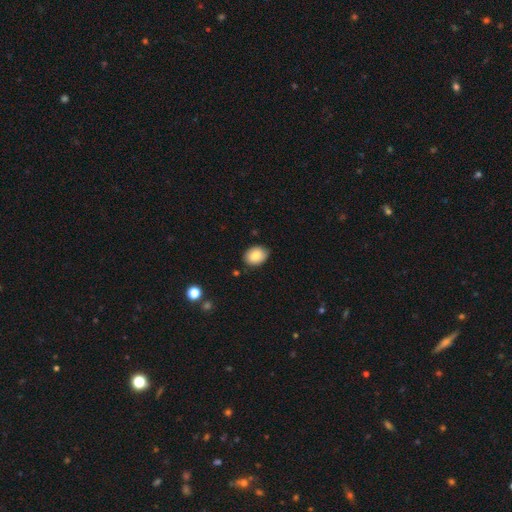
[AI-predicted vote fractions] smooth 84%, featured or disk 8%, star or artifact 8%. Down the decision tree: how rounded — in between (69%); merging — none (84%).